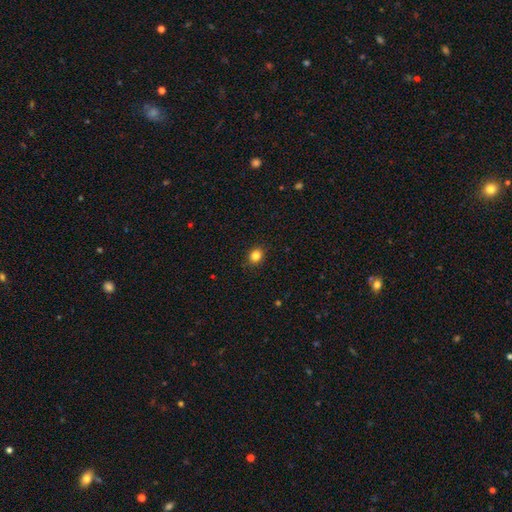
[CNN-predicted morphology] A smooth galaxy with no disk features (84%) that is round (70%).

Vote fractions:
- Smooth or featured? smooth: 84% / star or artifact: 11% / featured or disk: 4%
- How rounded? round: 70% / in between: 29% / cigar-shaped: 1%
- Merging? none: 89% / minor disturbance: 8% / major disturbance: 2% / merger: 1%